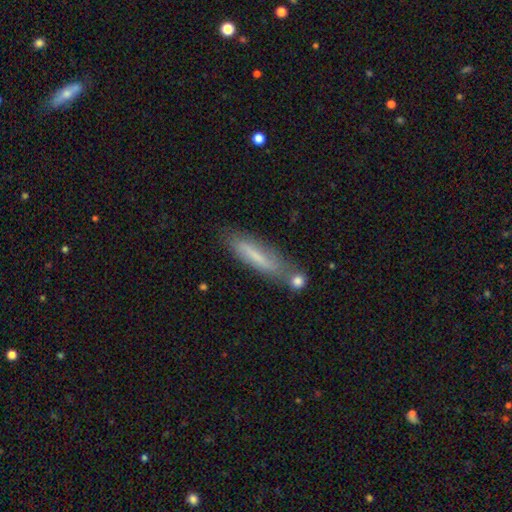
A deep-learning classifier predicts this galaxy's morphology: smooth-or-featured: smooth: 62% | featured or disk: 30% | star or artifact: 8%
  how-rounded: cigar-shaped: 82% | in between: 17% | round: 2%
  merging: none: 66% | minor disturbance: 17% | merger: 12% | major disturbance: 5%